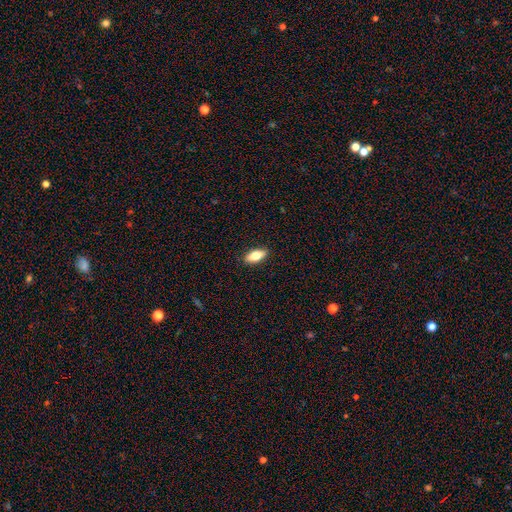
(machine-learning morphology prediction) A smooth galaxy with no disk features (73%) that is in between round and cigar-shaped (79%). Merging: none (89%).